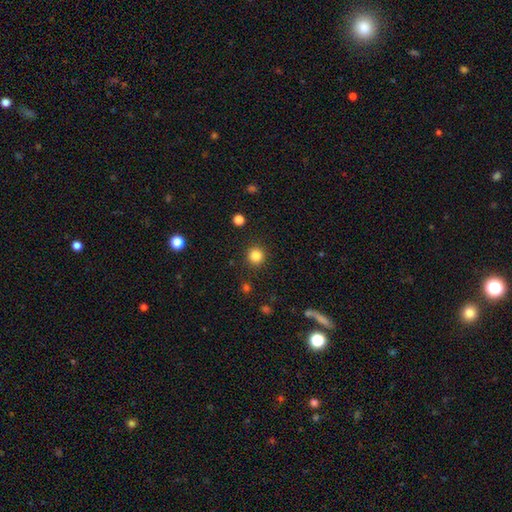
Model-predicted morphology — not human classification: smooth-or-featured: smooth: 84% | star or artifact: 12% | featured or disk: 4%
  how-rounded: round: 94% | in between: 5% | cigar-shaped: 1%
  merging: none: 91% | minor disturbance: 5% | major disturbance: 2% | merger: 1%